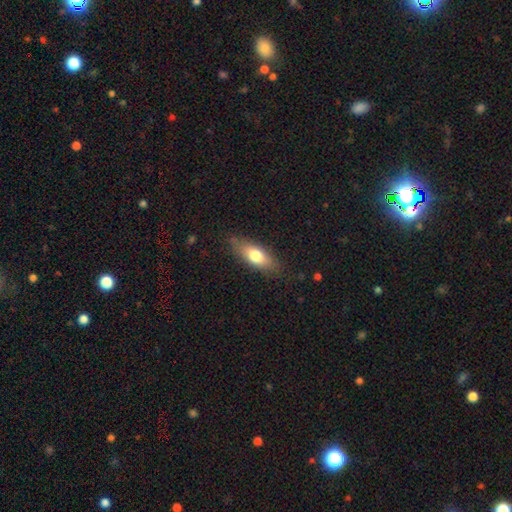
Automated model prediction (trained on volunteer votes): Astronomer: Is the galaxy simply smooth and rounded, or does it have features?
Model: smooth — 70%.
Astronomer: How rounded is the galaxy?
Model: in between — 71%.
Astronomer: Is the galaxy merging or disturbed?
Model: none — 79%.